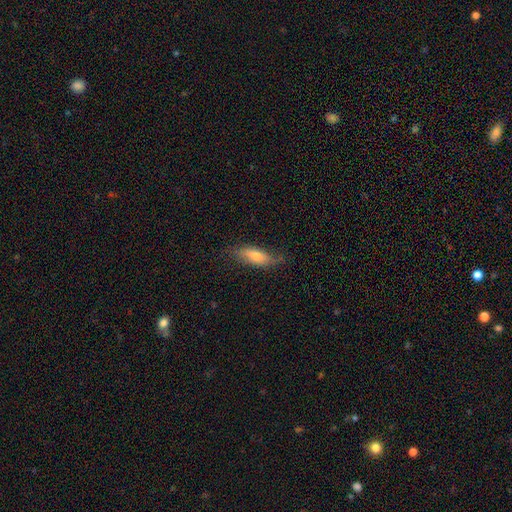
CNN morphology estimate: This appears to be a smooth galaxy with no disk features (63%) that is in between round and cigar-shaped (56%). Merging: none (68%).